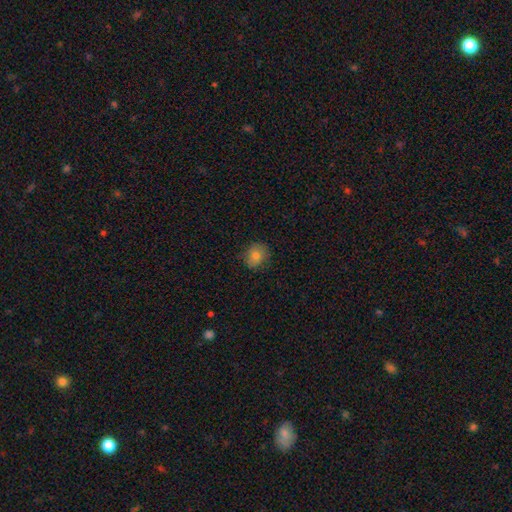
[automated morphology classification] Smooth or featured: smooth — 77% (featured or disk — 13%)
How rounded: round — 62% (in between — 37%)
Merging: none — 81% (minor disturbance — 15%)